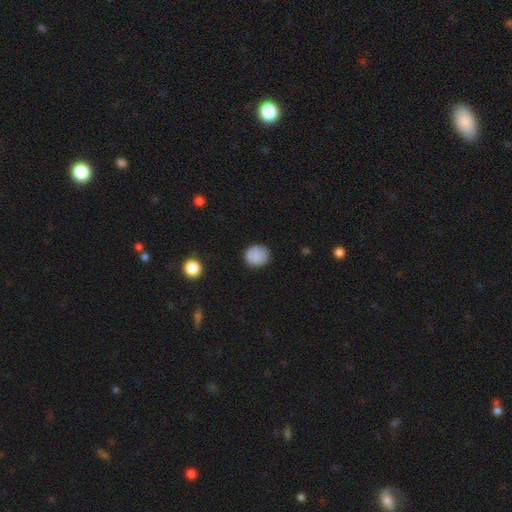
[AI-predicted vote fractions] A smooth galaxy with no disk features (87%) that is round (84%).

Vote fractions:
- Smooth or featured? smooth: 87% / star or artifact: 9% / featured or disk: 4%
- How rounded? round: 84% / in between: 15% / cigar-shaped: 1%
- Merging? none: 87% / minor disturbance: 10% / major disturbance: 2% / merger: 1%